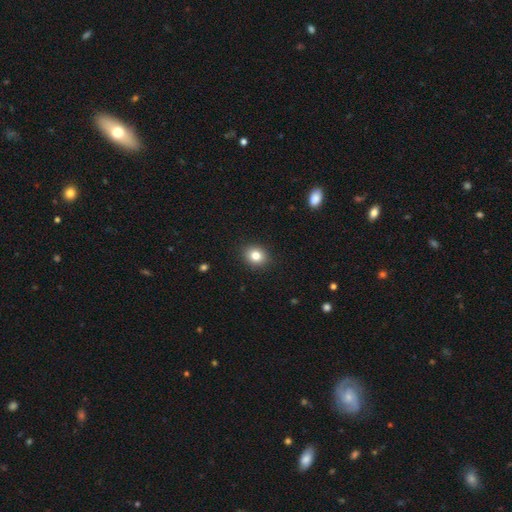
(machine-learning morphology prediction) Smooth or featured: smooth — 82% (star or artifact — 11%)
How rounded: round — 62% (in between — 37%)
Merging: none — 91% (minor disturbance — 7%)